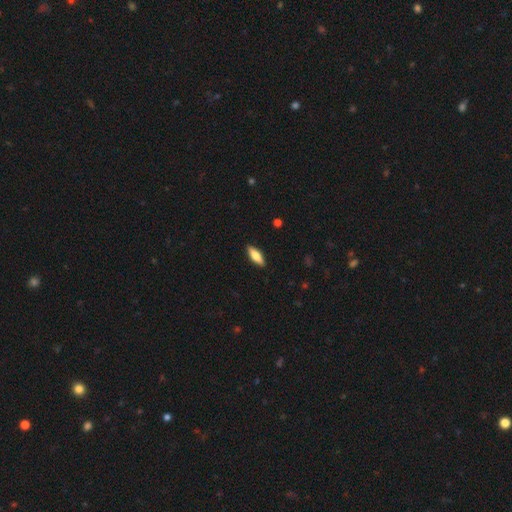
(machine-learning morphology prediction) Overall: smooth (69%). How rounded: in between (57%; cigar-shaped 41%). Merging: none (89%).